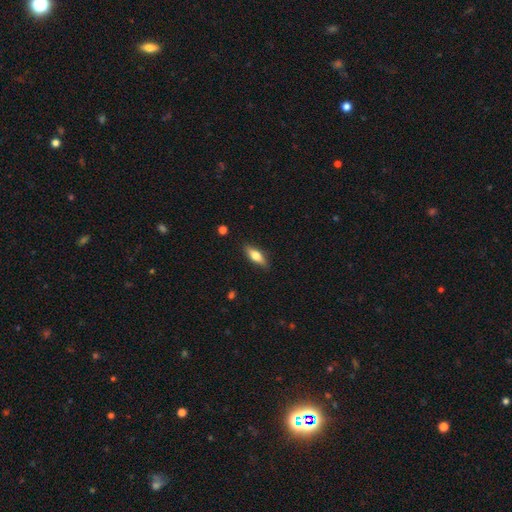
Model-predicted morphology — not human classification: Smooth or featured? Predicted: smooth (p=0.66). How rounded? Predicted: in between (p=0.61). Merging? Predicted: none (p=0.87).